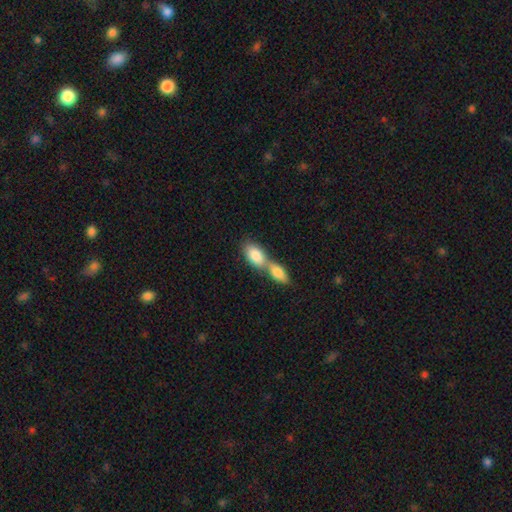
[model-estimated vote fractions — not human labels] smooth-or-featured: smooth: 83% | featured or disk: 11% | star or artifact: 6%
  how-rounded: in between: 88% | round: 6% | cigar-shaped: 6%
  merging: merger: 73% | none: 19% | minor disturbance: 6% | major disturbance: 3%